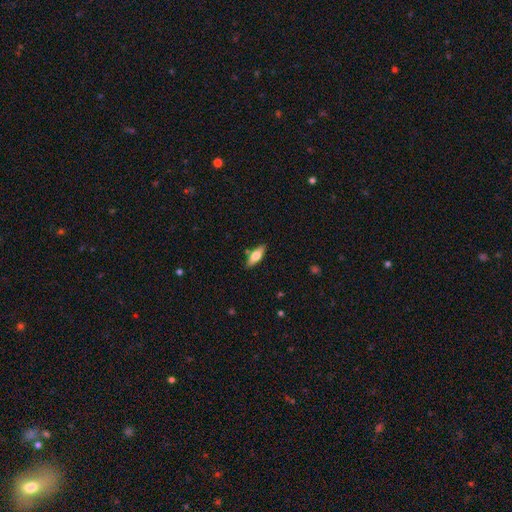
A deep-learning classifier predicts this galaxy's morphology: Smooth or featured: smooth — 66% (featured or disk — 28%)
How rounded: in between — 65% (cigar-shaped — 32%)
Merging: none — 83% (minor disturbance — 11%)